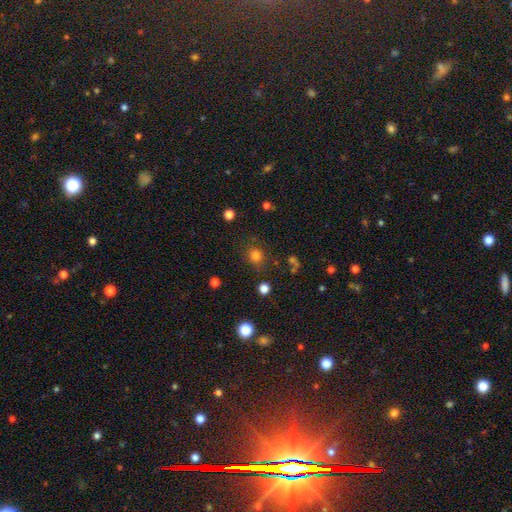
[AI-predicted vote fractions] Overall: smooth (78%). How rounded: round (87%). Merging: none (82%).